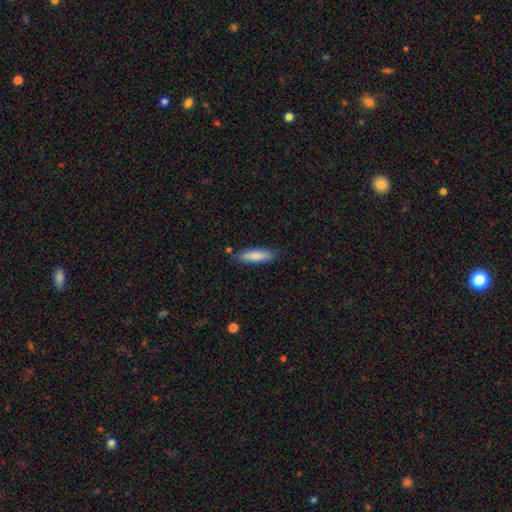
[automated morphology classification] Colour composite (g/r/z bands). It shows a smooth galaxy with no disk features (83%) that is cigar-shaped (65%). Merging: none (81%).